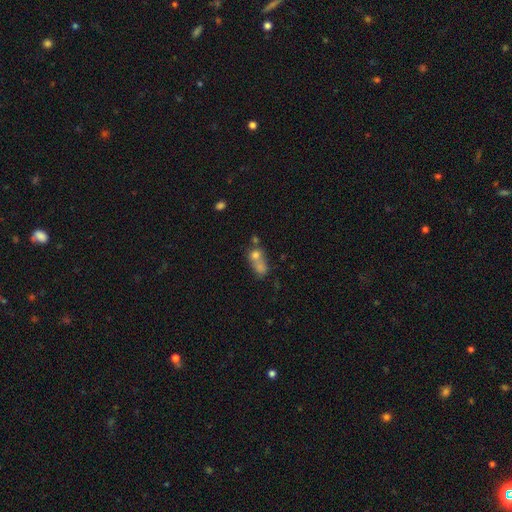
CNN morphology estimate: This appears to be a smooth galaxy with no disk features (70%) that is round (57%). Merging: merger (66%).